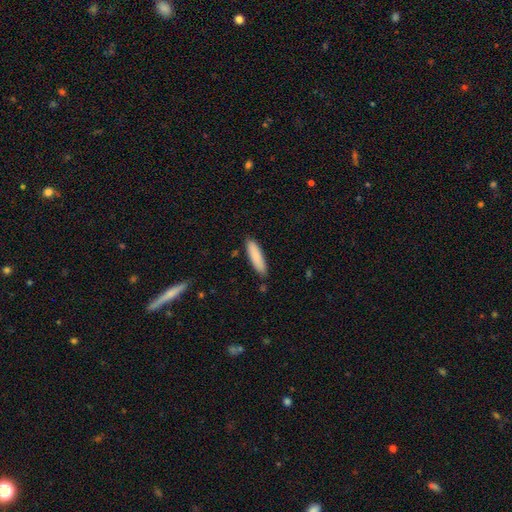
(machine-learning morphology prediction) Smooth or featured? Predicted: smooth (p=0.86). How rounded? Predicted: cigar-shaped (p=0.71). Merging? Predicted: none (p=0.85).